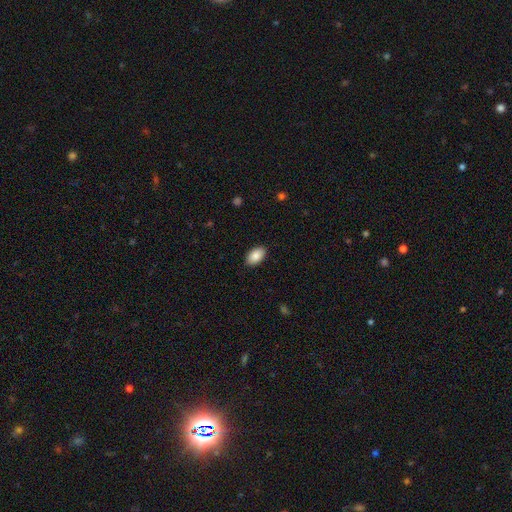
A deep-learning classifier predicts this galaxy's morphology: Overall: smooth (88%). How rounded: in between (94%). Merging: none (89%).